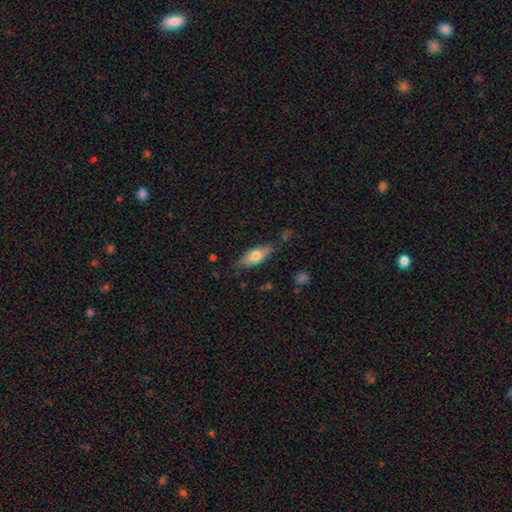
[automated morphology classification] Smooth or featured? smooth (63%)
How rounded? in between (68%)
Merging? none (78%)